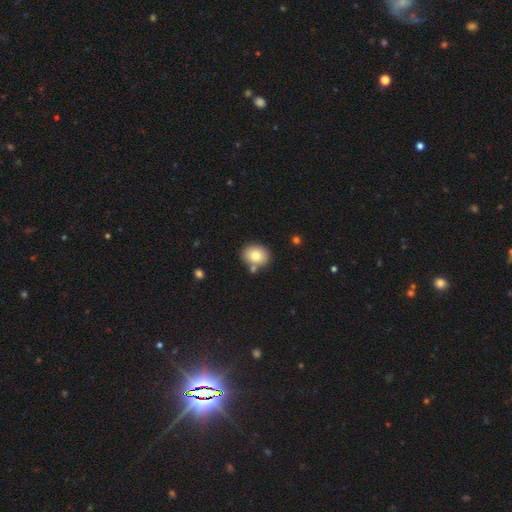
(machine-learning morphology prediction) Smooth or featured? Predicted: smooth (p=0.80). How rounded? Predicted: round (p=0.52). Merging? Predicted: none (p=0.76).